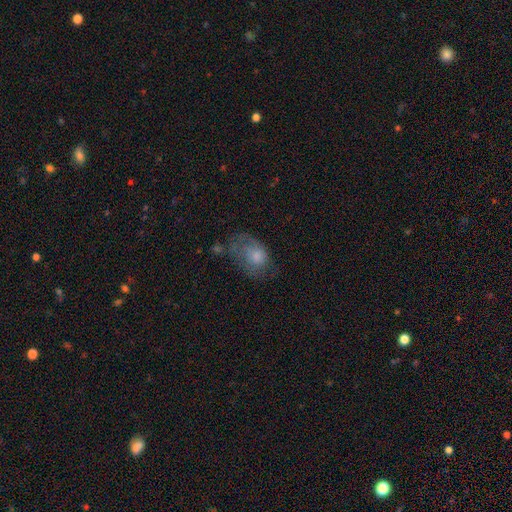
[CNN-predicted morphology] The model was most divided on "merging": none: 41%, minor disturbance: 28%, major disturbance: 26%, merger: 4%. More confident: how rounded — in between (74%); smooth or featured — smooth (53%).